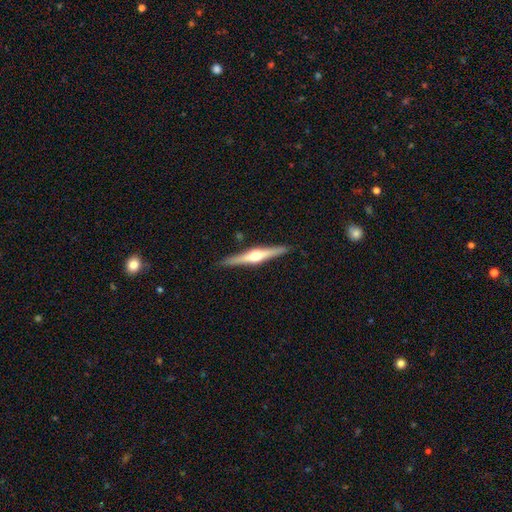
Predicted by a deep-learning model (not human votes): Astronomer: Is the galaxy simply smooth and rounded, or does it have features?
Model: featured or disk — 76%.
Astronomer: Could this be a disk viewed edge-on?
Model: yes — 98%.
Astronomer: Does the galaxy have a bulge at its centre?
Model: rounded — 94%.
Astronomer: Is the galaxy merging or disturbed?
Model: none — 90%.